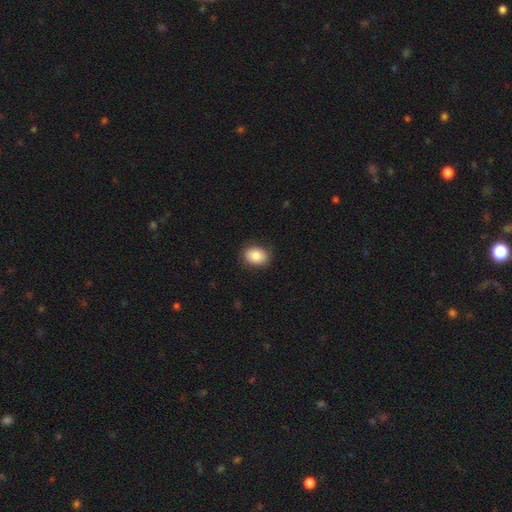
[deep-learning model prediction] smooth 85%, star or artifact 8%, featured or disk 7%. Down the decision tree: how rounded — in between (67%); merging — none (86%).